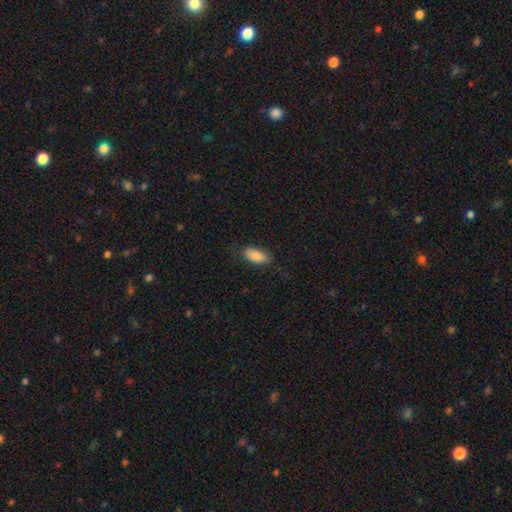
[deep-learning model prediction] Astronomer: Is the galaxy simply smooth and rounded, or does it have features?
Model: smooth — 86%.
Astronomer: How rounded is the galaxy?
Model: in between — 87%.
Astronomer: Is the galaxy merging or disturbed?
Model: none — 81%.